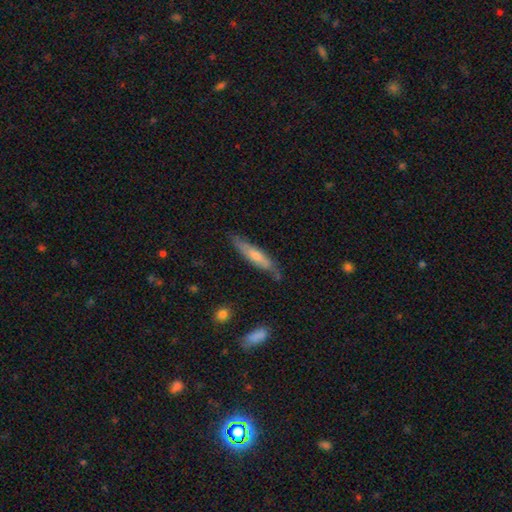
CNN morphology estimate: smooth 56%, featured or disk 38%, star or artifact 6%. Down the decision tree: how rounded — cigar-shaped (83%); merging — none (75%).